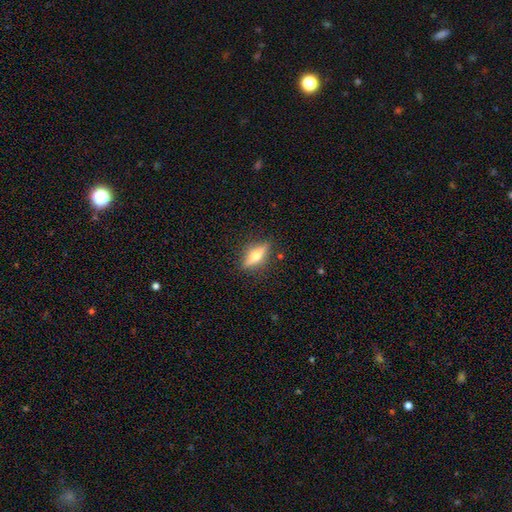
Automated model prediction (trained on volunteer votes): Smooth or featured: featured or disk — 52% (smooth — 41%)
Edge-on disk: yes — 90% (no — 10%)
Merging: none — 85% (minor disturbance — 10%)